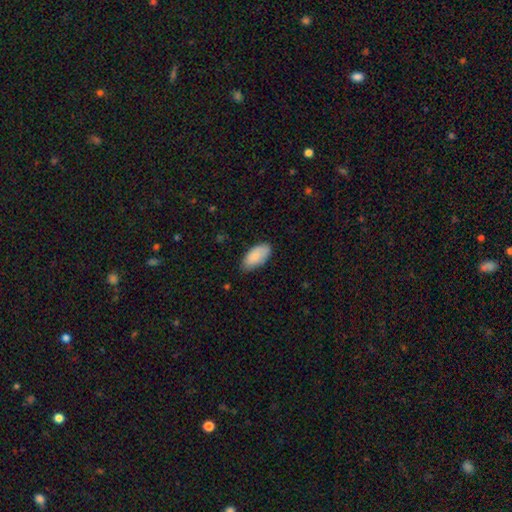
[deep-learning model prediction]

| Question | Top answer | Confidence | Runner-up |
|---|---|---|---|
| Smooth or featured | smooth | 84% | featured or disk (10%) |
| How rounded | in between | 94% | cigar-shaped (4%) |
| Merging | none | 72% | minor disturbance (24%) |